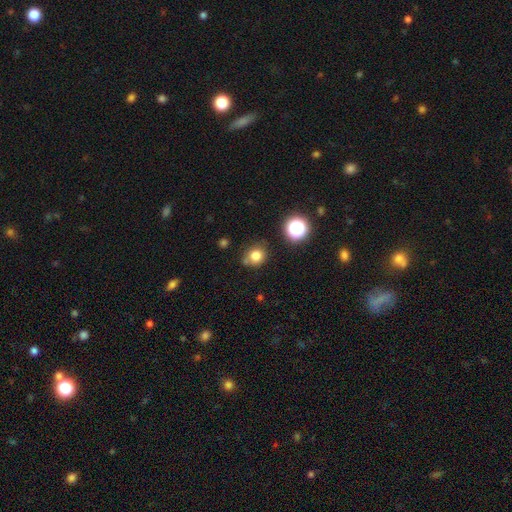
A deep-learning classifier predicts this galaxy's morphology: Smooth or featured? smooth (79%)
How rounded? round (77%)
Merging? none (72%)